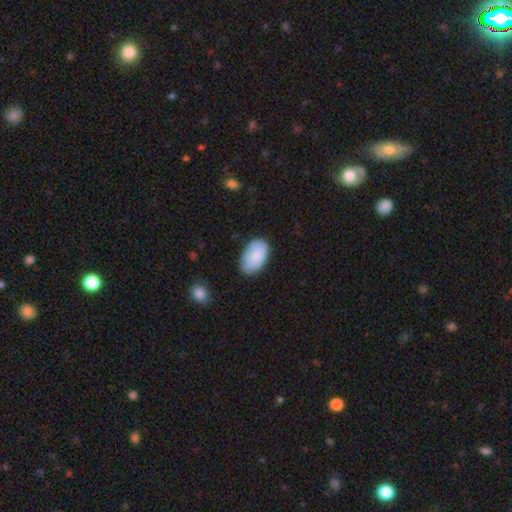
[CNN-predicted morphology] smooth 85%, featured or disk 9%, star or artifact 6%. Down the decision tree: how rounded — in between (94%); merging — none (76%).